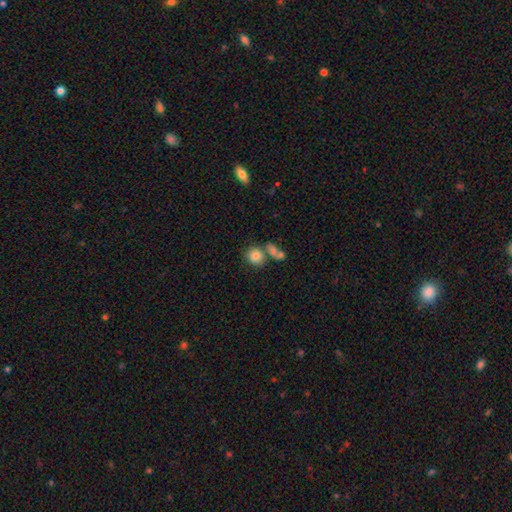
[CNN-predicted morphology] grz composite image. It shows a smooth galaxy with no disk features (81%) that is round (81%). Merging: none (55%).